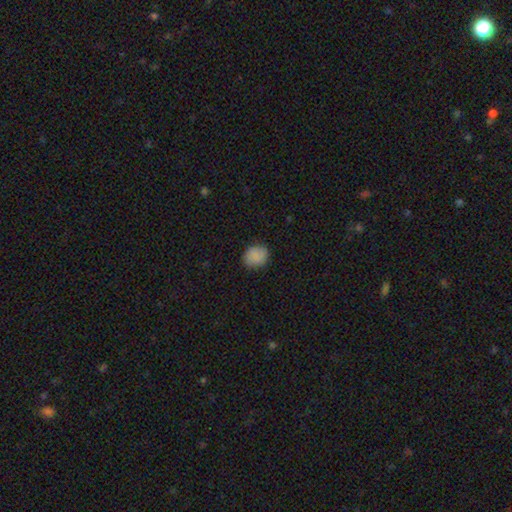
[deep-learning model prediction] The model was most divided on "how rounded": round: 73%, in between: 27%, cigar-shaped: 1%. More confident: smooth or featured — smooth (87%); merging — none (84%).